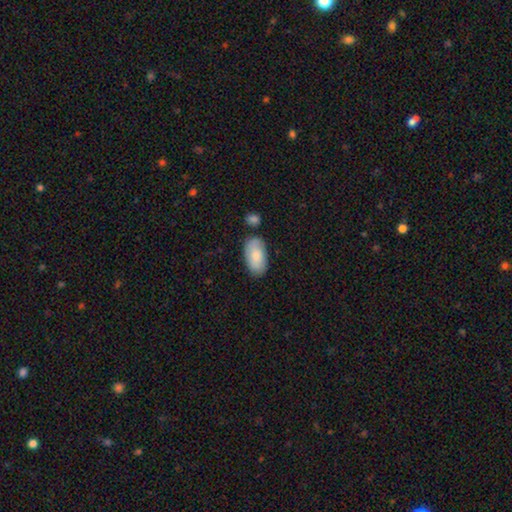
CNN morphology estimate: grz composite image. It shows a smooth galaxy with no disk features (82%) that is in between round and cigar-shaped (95%). Merging: none (74%).